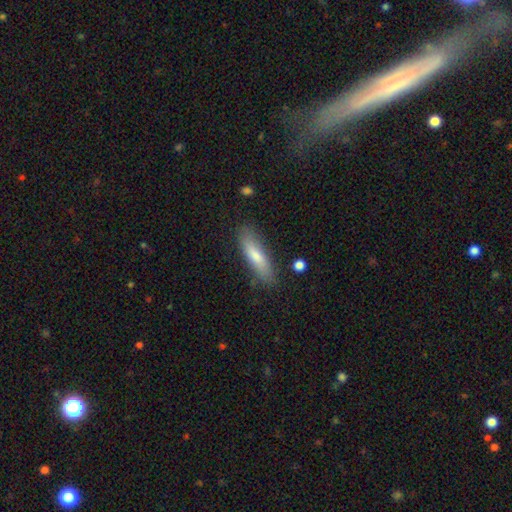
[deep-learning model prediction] Smooth or featured?
  - smooth: 73% *
  - featured or disk: 21%
  - star or artifact: 6%
How rounded?
  - cigar-shaped: 68% *
  - in between: 30%
  - round: 2%
Merging?
  - none: 82% *
  - minor disturbance: 14%
  - major disturbance: 3%
  - merger: 2%